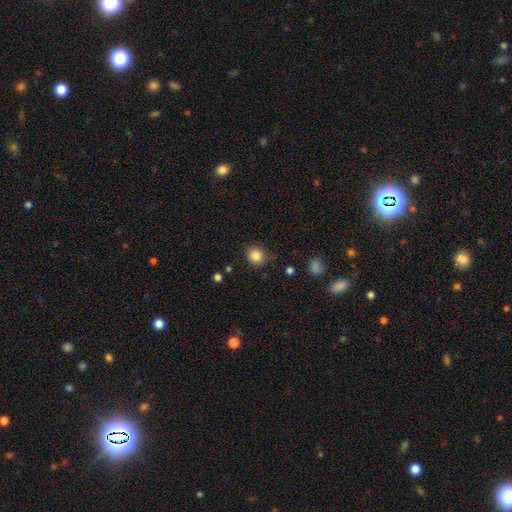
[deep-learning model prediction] Q: Smooth or featured?
A: smooth (85%); runner-up: star or artifact (11%)
Q: How rounded?
A: round (83%); runner-up: in between (16%)
Q: Merging?
A: none (78%); runner-up: minor disturbance (16%)